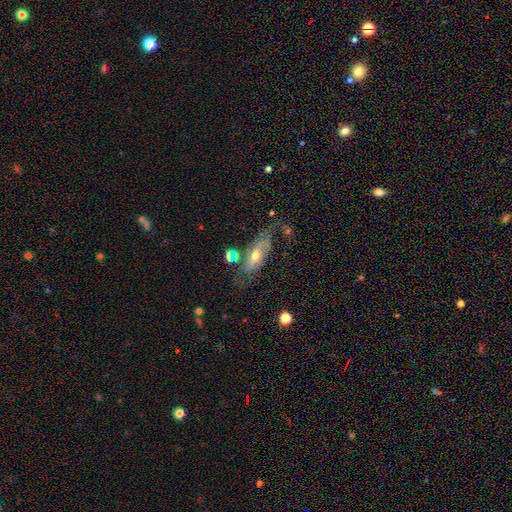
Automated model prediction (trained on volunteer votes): A featured or disk galaxy (63%). Merging: none (53%).